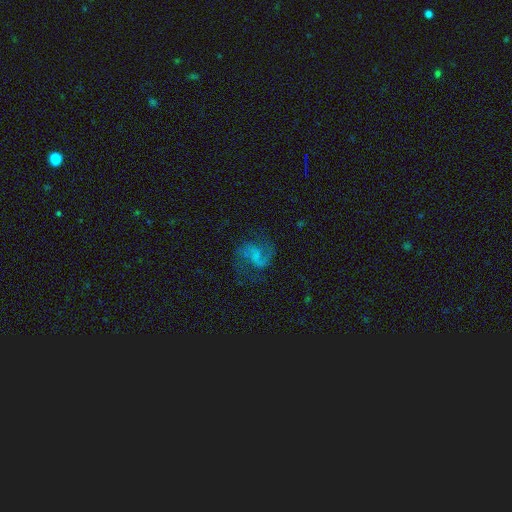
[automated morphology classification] This appears to be a featured or disk galaxy (81%) with a weak bar (47%), 2 (92%) medium (47%) spiral arms (95%) and no central bulge (58%). Merging: none (71%).